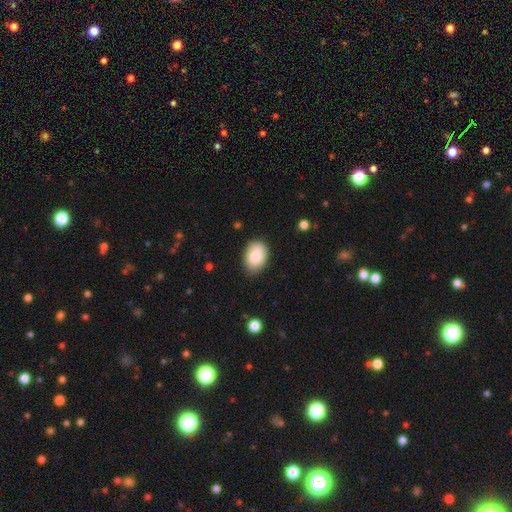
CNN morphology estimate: Smooth or featured? Predicted: smooth (p=0.84). How rounded? Predicted: in between (p=0.83). Merging? Predicted: none (p=0.76).